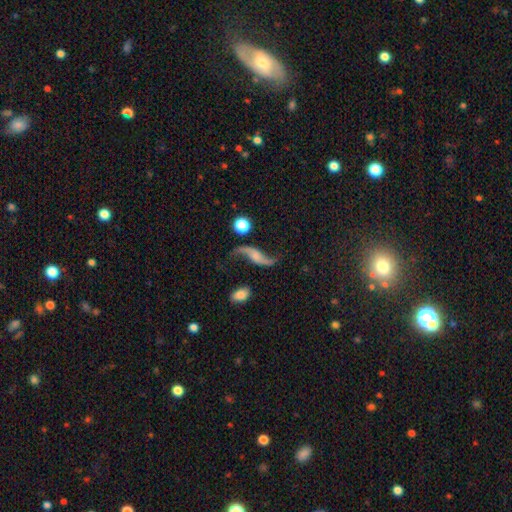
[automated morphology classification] A featured or disk galaxy (85%) with no bar (59%), 2 (94%) loose (95%) spiral arms (96%) and no central bulge (37%).

Vote fractions:
- Smooth or featured? featured or disk: 85% / smooth: 9% / star or artifact: 7%
- Edge-on disk? no: 92% / yes: 8%
- Bar? no: 59% / weak: 30% / strong: 12%
- Spiral arms? yes: 96% / no: 4%
- Spiral winding? loose: 95% / medium: 4% / tight: 1%
- Spiral arm count? 2: 94% / 1: 2% / can't tell: 1% / 3: 1% / 4: 1% / more than 4: 1%
- Bulge size? none: 37% / small: 31% / moderate: 21% / large: 8% / dominant: 4%
- Merging? none: 72% / minor disturbance: 15% / major disturbance: 9% / merger: 4%